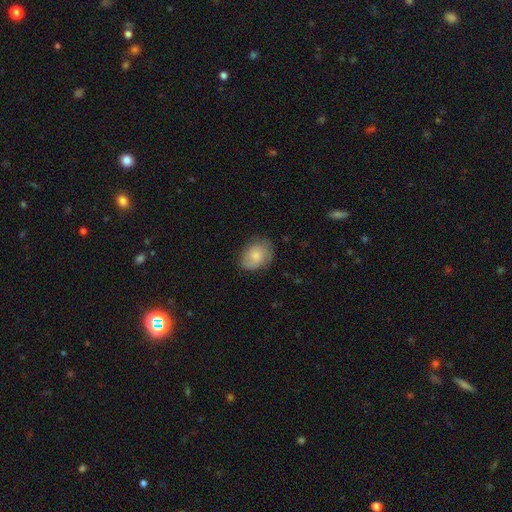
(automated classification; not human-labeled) A smooth galaxy with no disk features (66%) that is in between round and cigar-shaped (63%).

Vote fractions:
- Smooth or featured? smooth: 66% / featured or disk: 27% / star or artifact: 7%
- How rounded? in between: 63% / round: 36% / cigar-shaped: 1%
- Merging? none: 70% / minor disturbance: 23% / major disturbance: 6% / merger: 1%